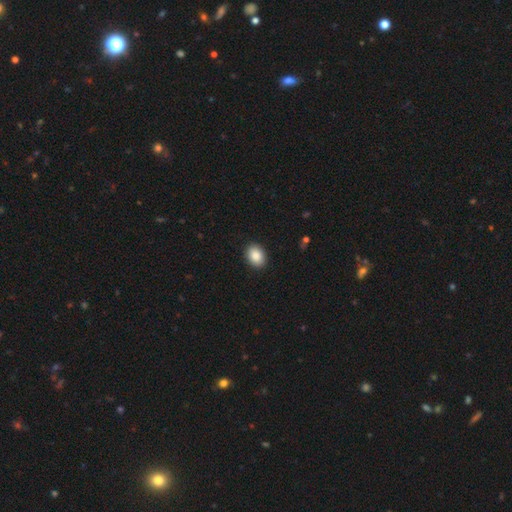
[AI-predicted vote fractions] A smooth galaxy with no disk features (89%) that is in between round and cigar-shaped (70%). Merging: none (91%).